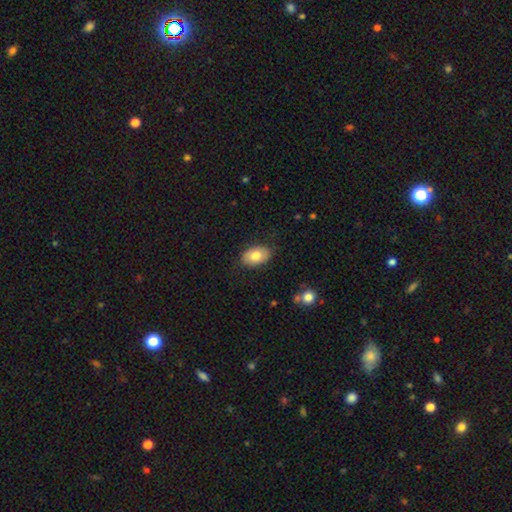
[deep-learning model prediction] This appears to be a smooth galaxy with no disk features (76%) that is in between round and cigar-shaped (90%). Merging: none (84%).